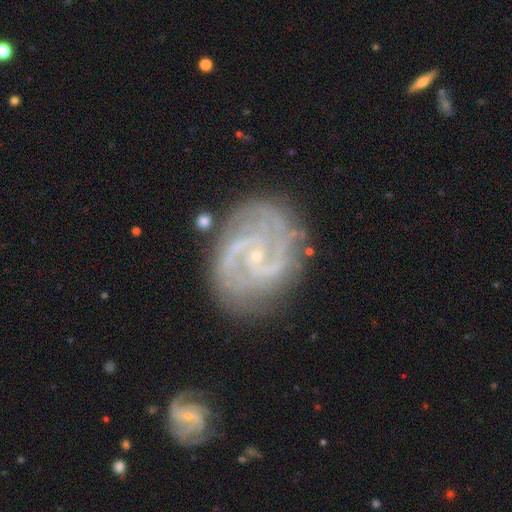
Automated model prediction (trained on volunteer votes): Smooth or featured? featured or disk (91%)
Edge-on disk? no (98%)
Bar? no (56%)
Spiral arms? yes (98%)
Spiral winding? tight (47%)
Spiral arm count? 2 (54%)
Bulge size? small (88%)
Merging? none (74%)